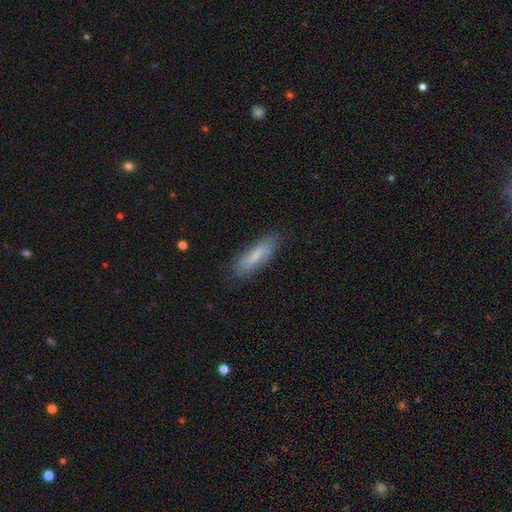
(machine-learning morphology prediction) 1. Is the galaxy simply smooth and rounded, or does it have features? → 74% smooth, 19% featured or disk, 7% star or artifact.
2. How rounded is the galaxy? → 61% cigar-shaped, 37% in between, 2% round.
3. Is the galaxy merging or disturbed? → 81% none, 15% minor disturbance, 4% major disturbance, 1% merger.